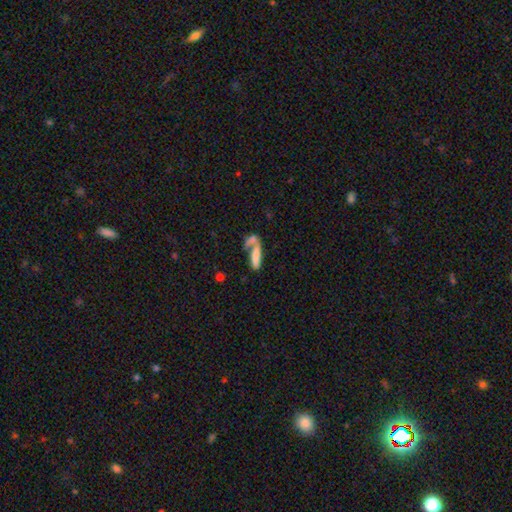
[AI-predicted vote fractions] A smooth galaxy with no disk features (70%) that is cigar-shaped (61%).

Vote fractions:
- Smooth or featured? smooth: 70% / featured or disk: 21% / star or artifact: 9%
- How rounded? cigar-shaped: 61% / in between: 37% / round: 3%
- Merging? merger: 53% / none: 28% / minor disturbance: 10% / major disturbance: 9%